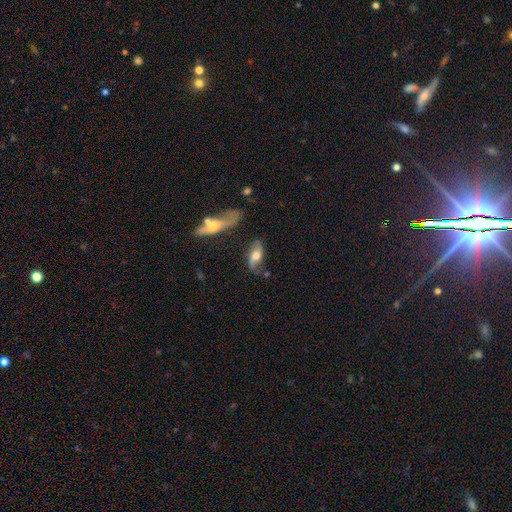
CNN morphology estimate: smooth-or-featured: featured or disk: 62% | smooth: 30% | star or artifact: 7%
  disk-edge-on: no: 79% | yes: 21%
  merging: none: 58% | minor disturbance: 23% | major disturbance: 11% | merger: 7%